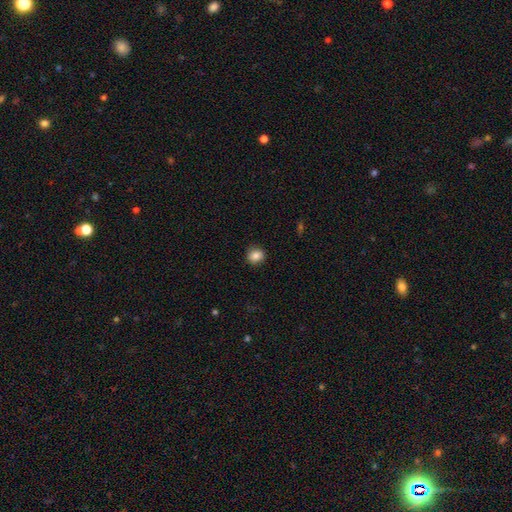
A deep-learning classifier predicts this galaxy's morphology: type=smooth (85%); roundness=round (85%); merging=none (90%).